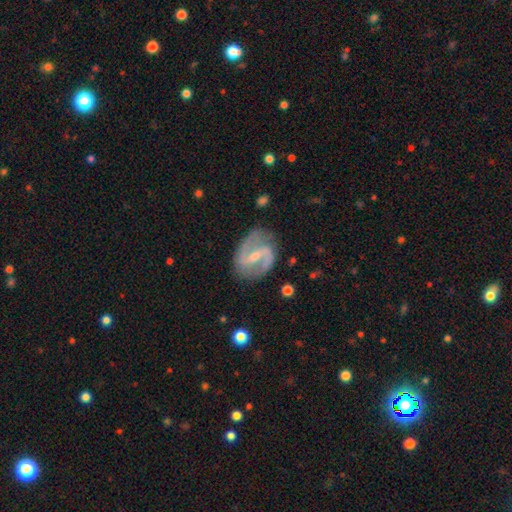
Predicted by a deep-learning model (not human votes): featured or disk 89%, smooth 6%, star or artifact 4%. Down the decision tree: edge-on disk — no (98%); bar — weak (43%); spiral arms — yes (96%); spiral arm count — 2 (92%); spiral winding — medium (52%); bulge size — small (57%); merging — none (79%).